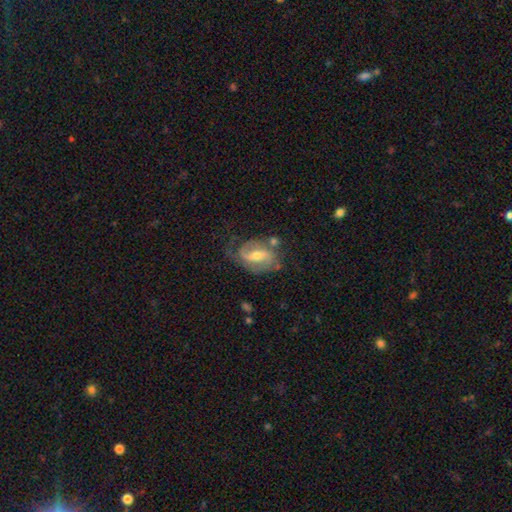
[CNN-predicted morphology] Smooth or featured?
  - featured or disk: 78% *
  - smooth: 15%
  - star or artifact: 7%
Edge-on disk?
  - no: 95% *
  - yes: 5%
Bar?
  - weak: 46% *
  - strong: 34%
  - no: 20%
Spiral arms?
  - yes: 90% *
  - no: 10%
Spiral winding?
  - medium: 46% *
  - tight: 29%
  - loose: 25%
Spiral arm count?
  - 2: 75% *
  - can't tell: 11%
  - 1: 8%
  - 3: 4%
  - 4: 1%
  - more than 4: 1%
Bulge size?
  - moderate: 60% *
  - small: 33%
  - large: 4%
  - none: 2%
  - dominant: 1%
Merging?
  - none: 62% *
  - minor disturbance: 22%
  - major disturbance: 11%
  - merger: 5%